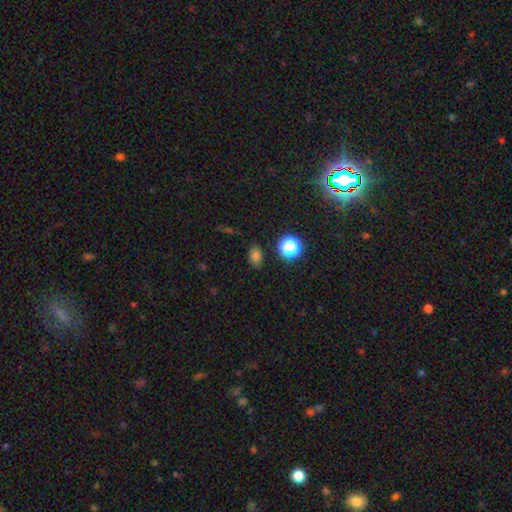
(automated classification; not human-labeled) Smooth or featured: smooth — 72% (star or artifact — 23%)
How rounded: in between — 71% (round — 28%)
Merging: none — 83% (minor disturbance — 12%)